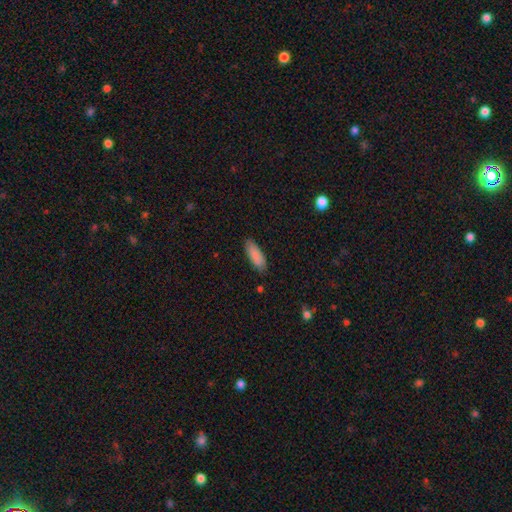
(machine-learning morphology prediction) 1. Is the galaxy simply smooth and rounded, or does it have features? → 88% smooth, 6% star or artifact, 6% featured or disk.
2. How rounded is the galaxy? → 67% in between, 32% cigar-shaped, 2% round.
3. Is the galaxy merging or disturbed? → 85% none, 12% minor disturbance, 2% major disturbance, 1% merger.